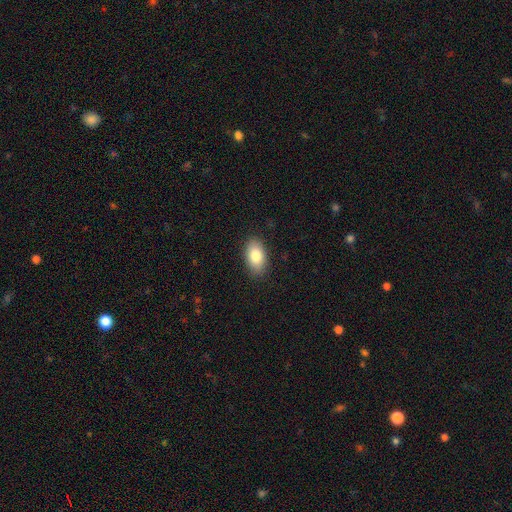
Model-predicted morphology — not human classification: This is clearly a smooth galaxy (83%). How rounded: clearly in between (93%). Merging: clearly none (87%).